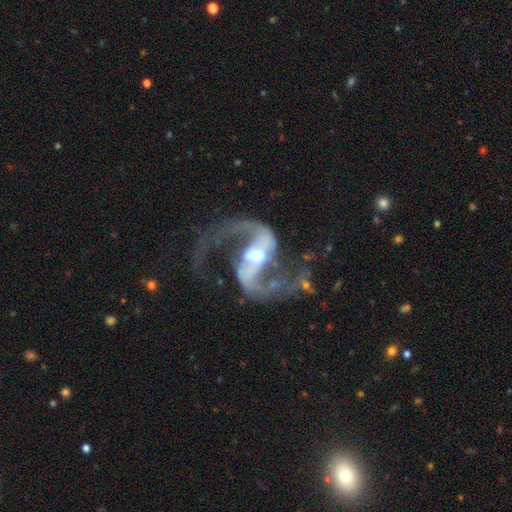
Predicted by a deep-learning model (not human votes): This is clearly a featured or disk galaxy (93%). It is clearly not viewed edge-on (98%). Bar: possibly strong (52%). Spiral arm pattern: clearly yes (98%). Spiral arm count: clearly 2 (95%). Spiral winding: possibly loose (56%). Central bulge: possibly moderate (53%). Merging: likely none (69%).